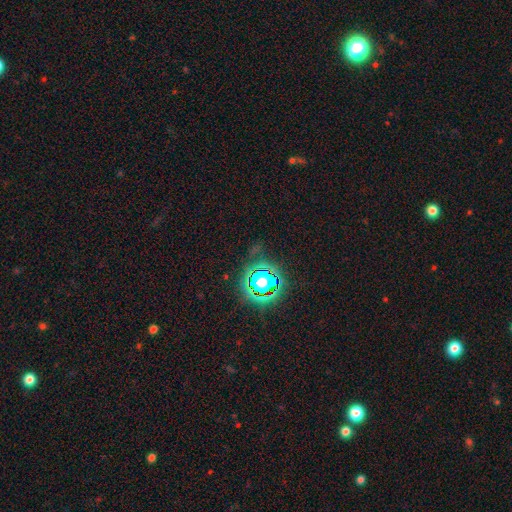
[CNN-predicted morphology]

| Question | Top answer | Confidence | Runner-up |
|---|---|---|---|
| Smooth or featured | star or artifact | 80% | smooth (13%) |